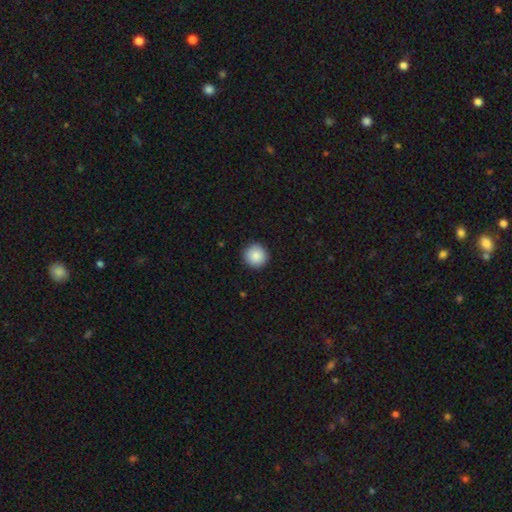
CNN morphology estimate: A smooth galaxy with no disk features (88%) that is round (96%). Merging: none (92%).